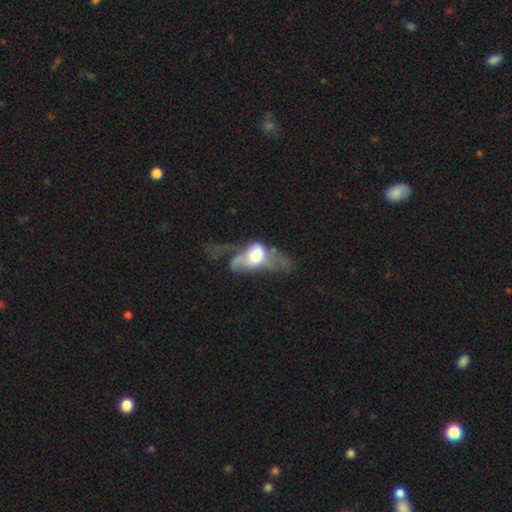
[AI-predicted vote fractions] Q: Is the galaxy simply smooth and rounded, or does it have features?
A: featured or disk — 48%.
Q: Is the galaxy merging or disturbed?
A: major disturbance — 61%.